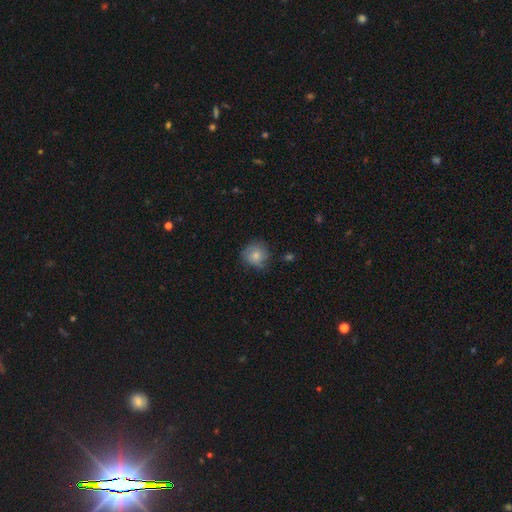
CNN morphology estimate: Q: Smooth or featured?
A: smooth (66%); runner-up: featured or disk (26%)
Q: How rounded?
A: round (84%); runner-up: in between (15%)
Q: Merging?
A: none (64%); runner-up: minor disturbance (27%)